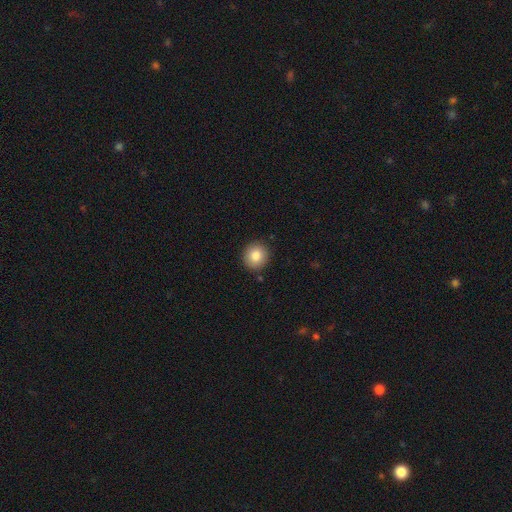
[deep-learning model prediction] A smooth galaxy with no disk features (83%) that is round (90%). Merging: none (91%).